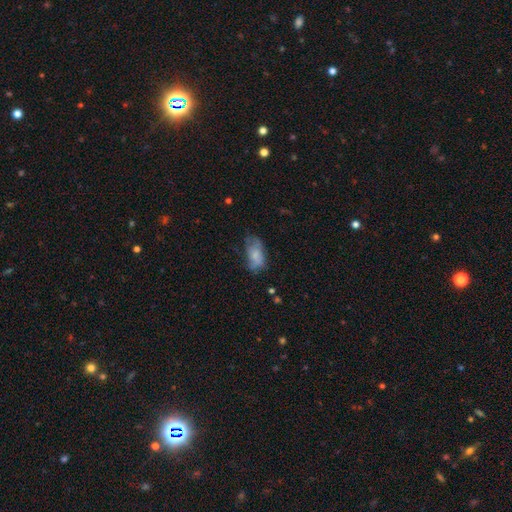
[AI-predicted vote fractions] Overall: smooth (68%). How rounded: in between (92%). Merging: none (44%; minor disturbance 34%).